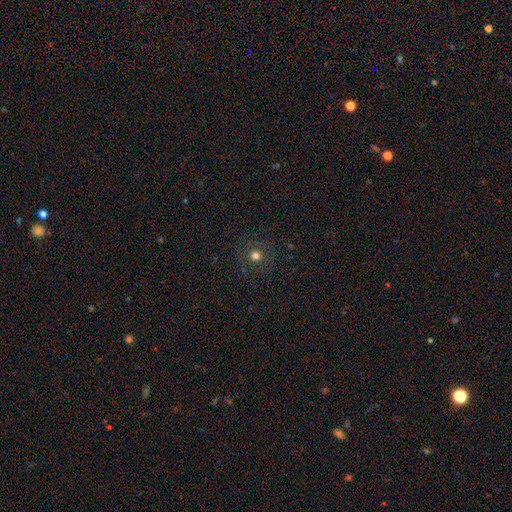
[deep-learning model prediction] This is likely a smooth galaxy (67%). How rounded: clearly round (94%). Merging: clearly none (86%).